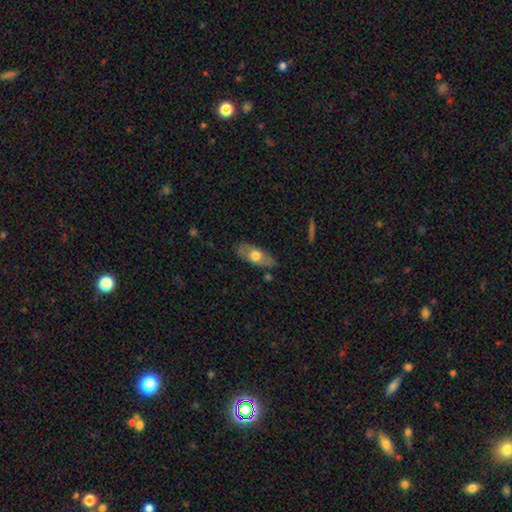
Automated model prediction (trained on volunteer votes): smooth 59%, featured or disk 35%, star or artifact 6%. Down the decision tree: how rounded — in between (81%); merging — none (80%).